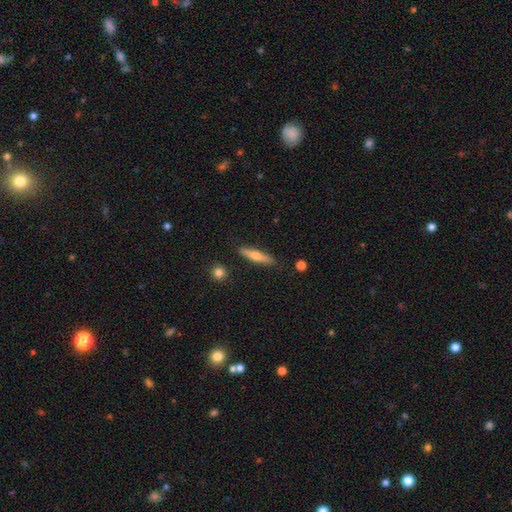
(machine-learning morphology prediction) Smooth or featured: smooth — 54% (featured or disk — 40%)
How rounded: cigar-shaped — 84% (in between — 14%)
Merging: none — 87% (minor disturbance — 9%)